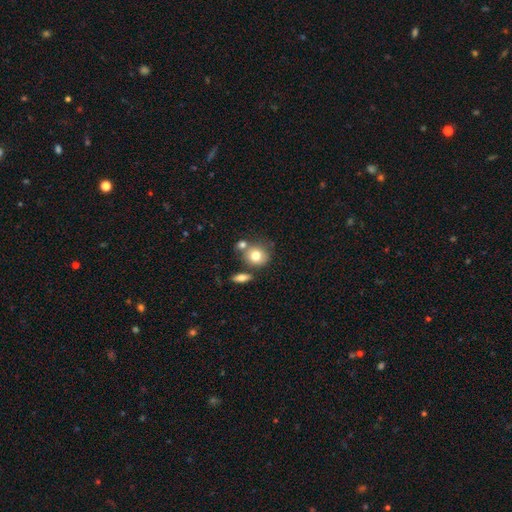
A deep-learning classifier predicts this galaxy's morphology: A smooth galaxy with no disk features (77%) that is round (75%).

Vote fractions:
- Smooth or featured? smooth: 77% / featured or disk: 14% / star or artifact: 9%
- How rounded? round: 75% / in between: 24% / cigar-shaped: 1%
- Merging? none: 55% / merger: 27% / minor disturbance: 13% / major disturbance: 4%